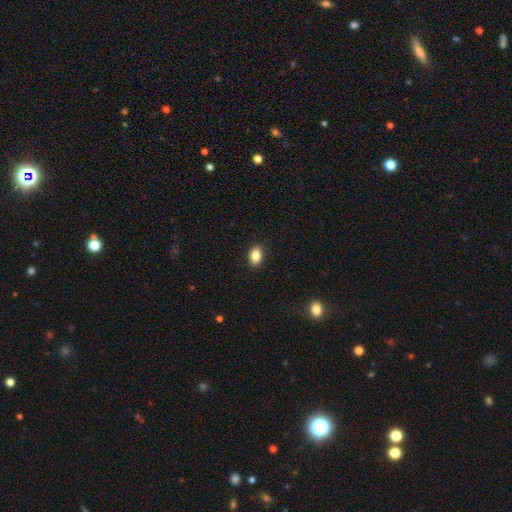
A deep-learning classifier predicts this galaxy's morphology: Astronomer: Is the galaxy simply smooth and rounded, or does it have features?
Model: smooth — 86%.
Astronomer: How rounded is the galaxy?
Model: in between — 84%.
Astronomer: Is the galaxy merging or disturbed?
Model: none — 89%.